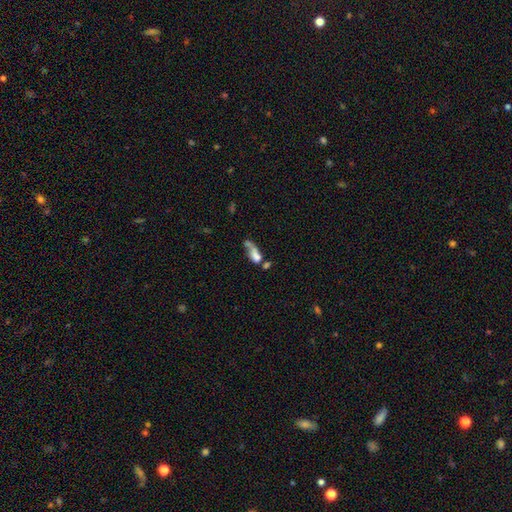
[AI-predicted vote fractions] Q: Smooth or featured?
A: smooth (60%); runner-up: featured or disk (27%)
Q: How rounded?
A: in between (69%); runner-up: cigar-shaped (20%)
Q: Merging?
A: merger (47%); runner-up: major disturbance (21%)